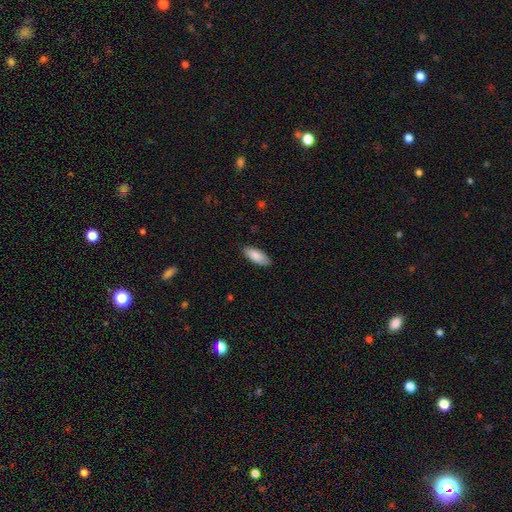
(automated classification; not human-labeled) Smooth or featured?
  - smooth: 87% *
  - featured or disk: 7%
  - star or artifact: 6%
How rounded?
  - in between: 82% *
  - cigar-shaped: 16%
  - round: 2%
Merging?
  - none: 87% *
  - minor disturbance: 10%
  - major disturbance: 2%
  - merger: 1%